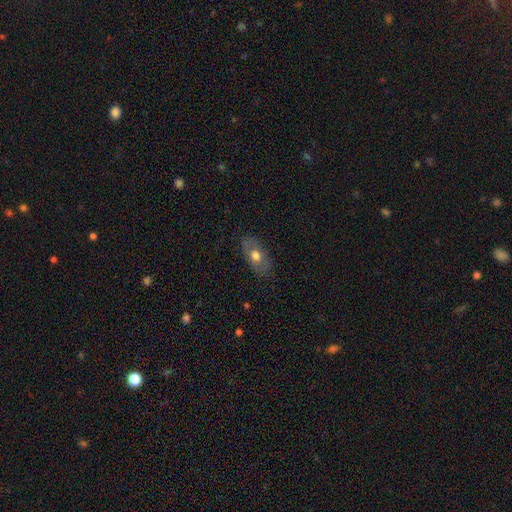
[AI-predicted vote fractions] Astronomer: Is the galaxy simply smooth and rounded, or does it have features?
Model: smooth — 61%.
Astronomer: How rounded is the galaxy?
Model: in between — 88%.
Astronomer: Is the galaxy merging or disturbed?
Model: none — 80%.